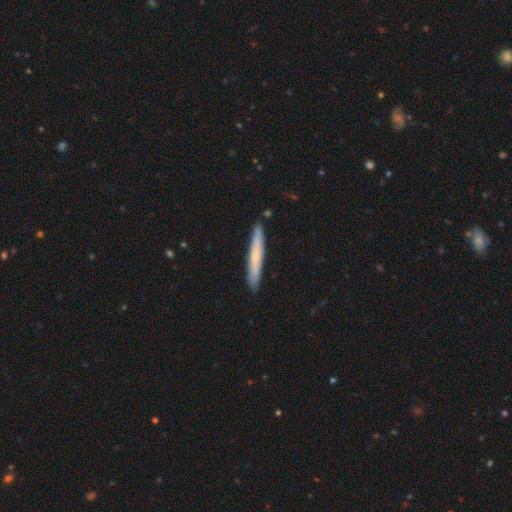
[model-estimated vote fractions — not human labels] Smooth or featured?
  - smooth: 58% *
  - featured or disk: 37%
  - star or artifact: 6%
How rounded?
  - cigar-shaped: 96% *
  - in between: 3%
  - round: 1%
Merging?
  - none: 90% *
  - minor disturbance: 8%
  - merger: 1%
  - major disturbance: 1%